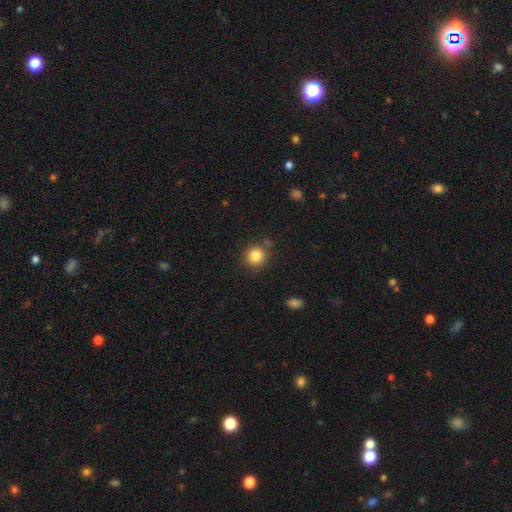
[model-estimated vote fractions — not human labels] Overall: smooth (84%). How rounded: round (89%). Merging: none (82%).